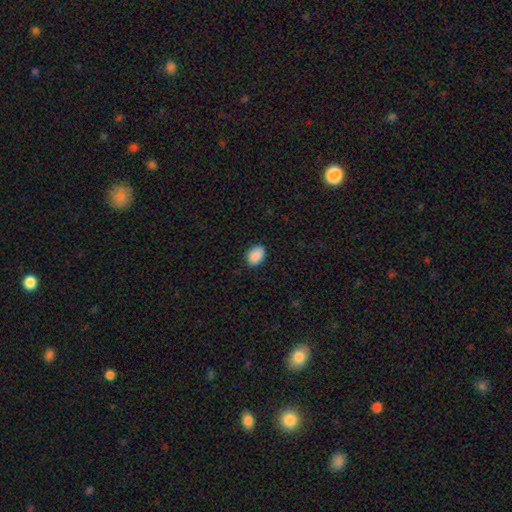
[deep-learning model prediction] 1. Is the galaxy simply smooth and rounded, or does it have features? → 90% smooth, 8% star or artifact, 3% featured or disk.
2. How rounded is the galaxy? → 81% in between, 17% round, 1% cigar-shaped.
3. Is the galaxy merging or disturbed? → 85% none, 11% minor disturbance, 2% major disturbance, 1% merger.